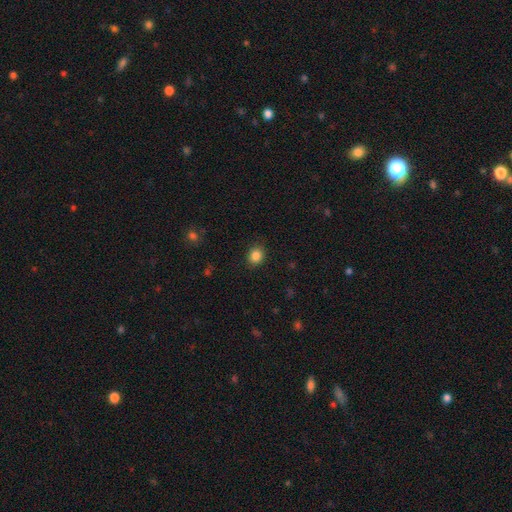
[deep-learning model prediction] smooth 86%, star or artifact 10%, featured or disk 4%. Down the decision tree: how rounded — round (71%); merging — none (88%).